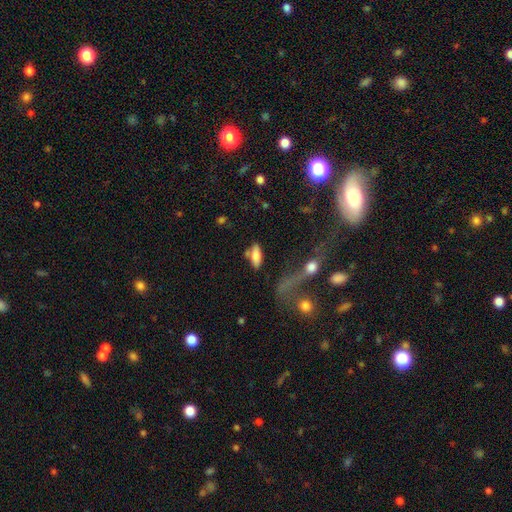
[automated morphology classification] smooth_or_featured: smooth (p=0.69) [alt: featured or disk p=0.23]
how_rounded: in between (p=0.69) [alt: cigar-shaped p=0.27]
merging: none (p=0.66) [alt: minor disturbance p=0.14]